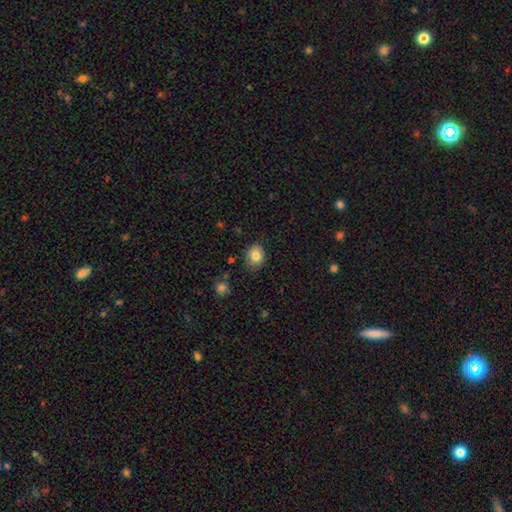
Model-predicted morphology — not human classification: type=smooth (83%); roundness=round (57%); merging=none (79%).